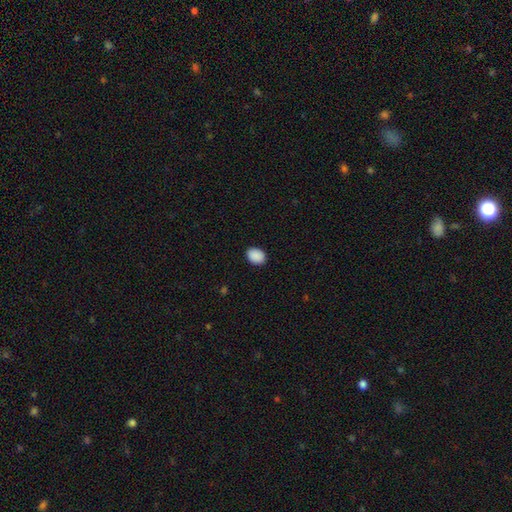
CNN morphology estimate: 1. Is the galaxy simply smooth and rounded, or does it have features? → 91% smooth, 7% star or artifact, 2% featured or disk.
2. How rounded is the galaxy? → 67% in between, 32% round, 1% cigar-shaped.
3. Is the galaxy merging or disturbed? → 89% none, 8% minor disturbance, 2% major disturbance, 1% merger.